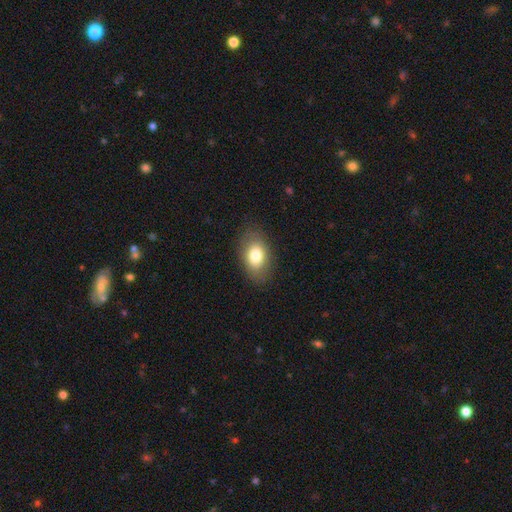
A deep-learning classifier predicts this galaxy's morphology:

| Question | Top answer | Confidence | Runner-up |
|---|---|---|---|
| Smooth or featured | smooth | 78% | featured or disk (13%) |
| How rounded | in between | 87% | round (12%) |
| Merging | none | 83% | minor disturbance (12%) |